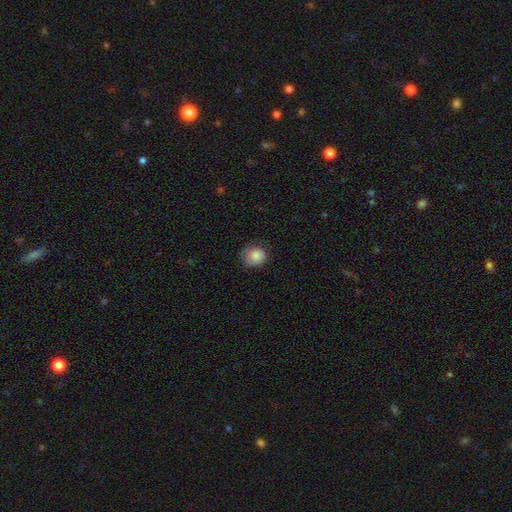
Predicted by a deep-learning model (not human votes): Smooth or featured: smooth — 84% (star or artifact — 9%)
How rounded: round — 74% (in between — 25%)
Merging: none — 70% (minor disturbance — 23%)